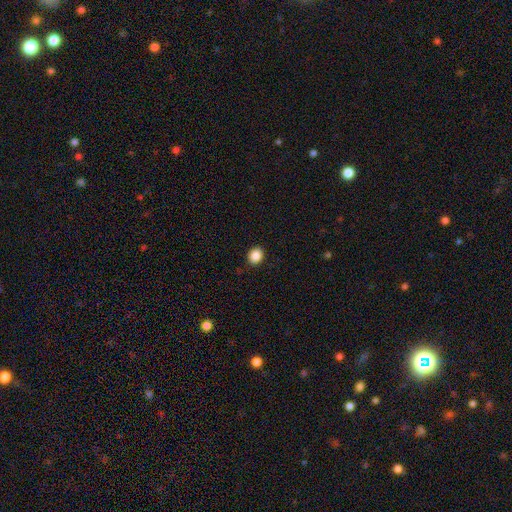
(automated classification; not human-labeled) This is clearly a smooth galaxy (87%). How rounded: likely round (66%). Merging: clearly none (91%).